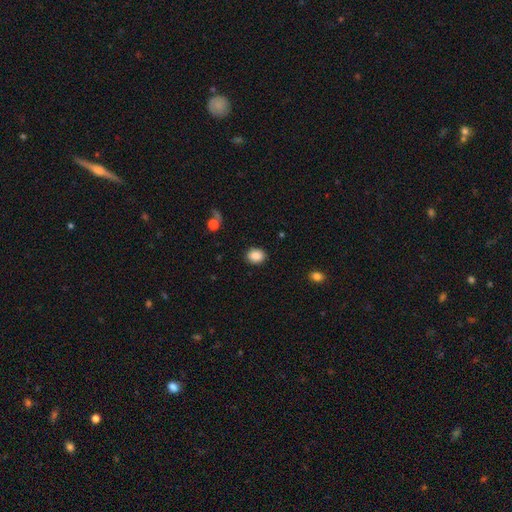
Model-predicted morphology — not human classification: smooth 88%, star or artifact 8%, featured or disk 4%. Down the decision tree: how rounded — round (51%); merging — none (89%).